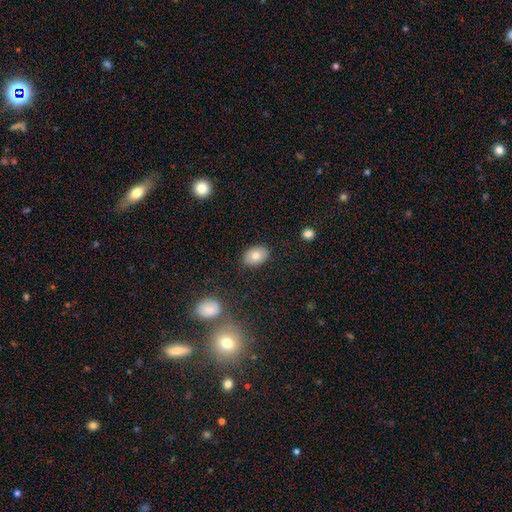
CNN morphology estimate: A smooth galaxy with no disk features (80%) that is in between round and cigar-shaped (82%). Merging: none (87%).